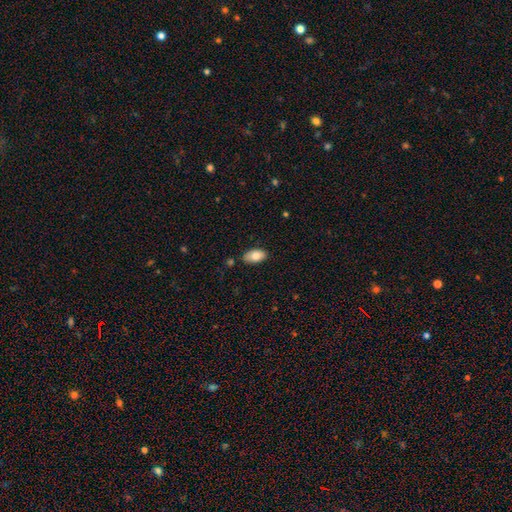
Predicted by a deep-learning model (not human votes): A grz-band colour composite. It shows a smooth galaxy with no disk features (80%) that is in between round and cigar-shaped (94%). Merging: none (80%).